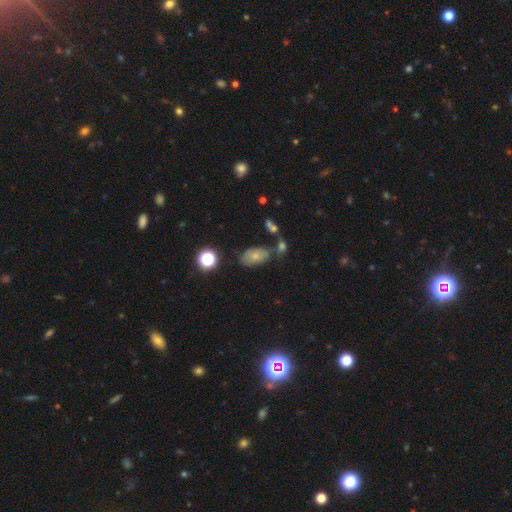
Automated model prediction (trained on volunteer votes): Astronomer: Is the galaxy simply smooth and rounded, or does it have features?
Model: smooth — 64%.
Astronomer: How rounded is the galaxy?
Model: in between — 89%.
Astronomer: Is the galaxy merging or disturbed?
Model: none — 57%.